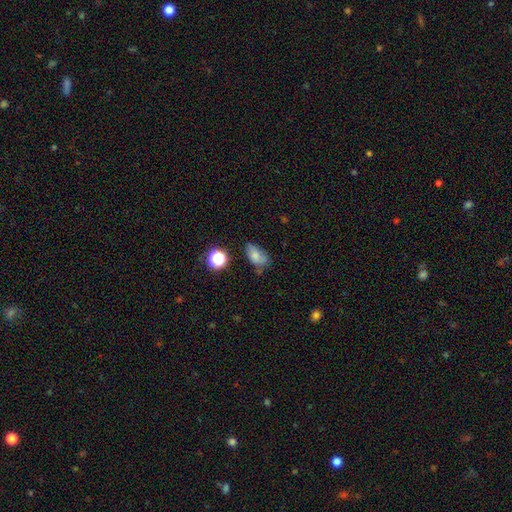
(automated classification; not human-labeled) Morphology: type=smooth (71%); roundness=in between (87%); merging=none (47%).